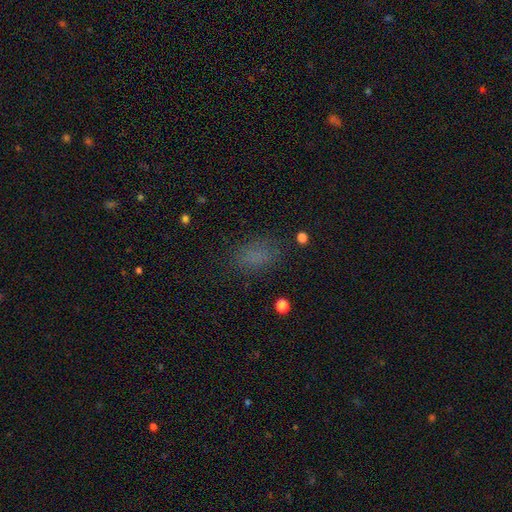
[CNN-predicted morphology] type=smooth (75%); roundness=in between (85%); merging=none (76%).